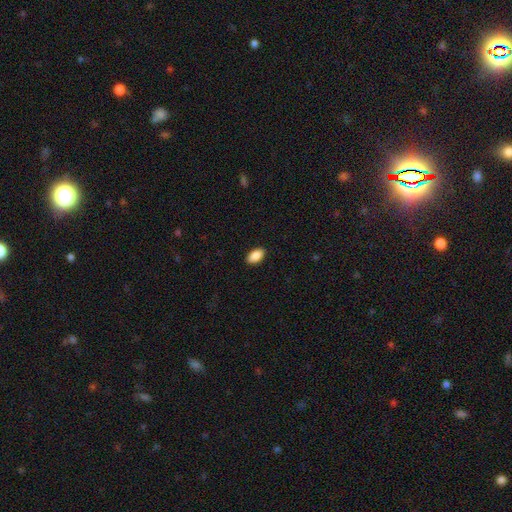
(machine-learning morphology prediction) Q: Smooth or featured?
A: smooth (87%); runner-up: star or artifact (7%)
Q: How rounded?
A: in between (93%); runner-up: cigar-shaped (4%)
Q: Merging?
A: none (90%); runner-up: minor disturbance (8%)